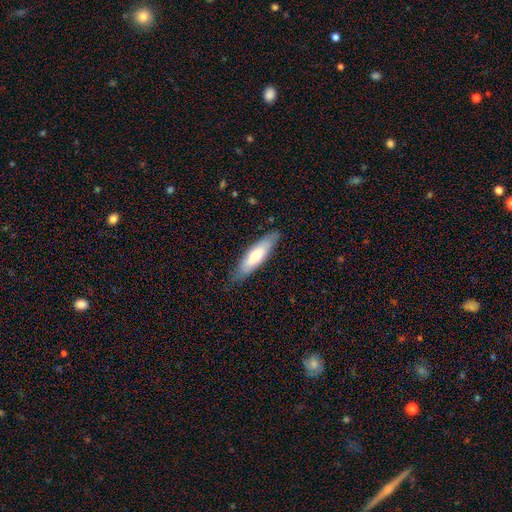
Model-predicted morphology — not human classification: smooth 64%, featured or disk 31%, star or artifact 5%. Down the decision tree: how rounded — cigar-shaped (58%); merging — none (83%).